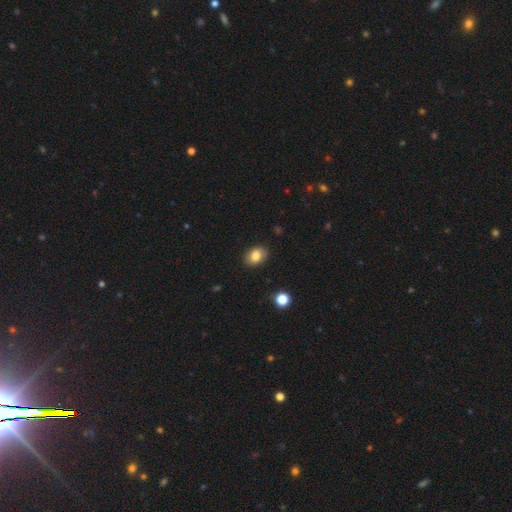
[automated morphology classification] The model was most divided on "how rounded": in between: 72%, round: 27%, cigar-shaped: 1%. More confident: merging — none (86%); smooth or featured — smooth (83%).